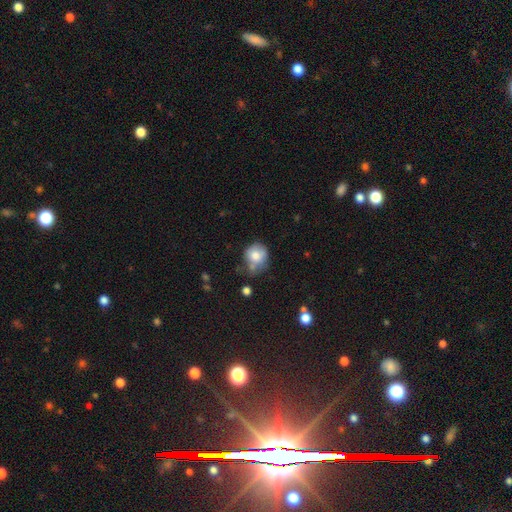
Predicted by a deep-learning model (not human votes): smooth_or_featured: smooth (p=0.75) [alt: featured or disk p=0.16]
how_rounded: round (p=0.75) [alt: in between p=0.24]
merging: none (p=0.43) [alt: minor disturbance p=0.31]